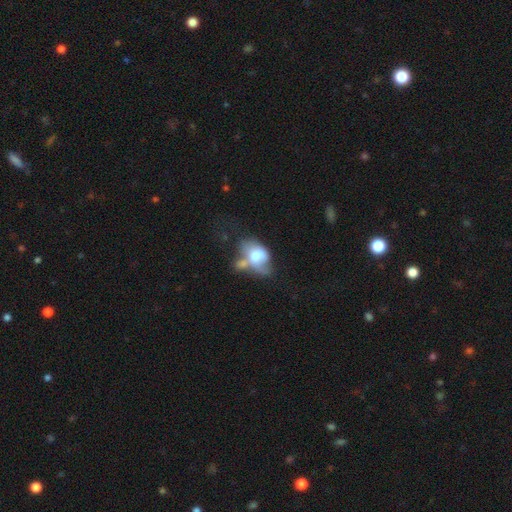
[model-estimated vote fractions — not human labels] Smooth or featured? smooth (56%)
How rounded? in between (82%)
Merging? merger (42%)